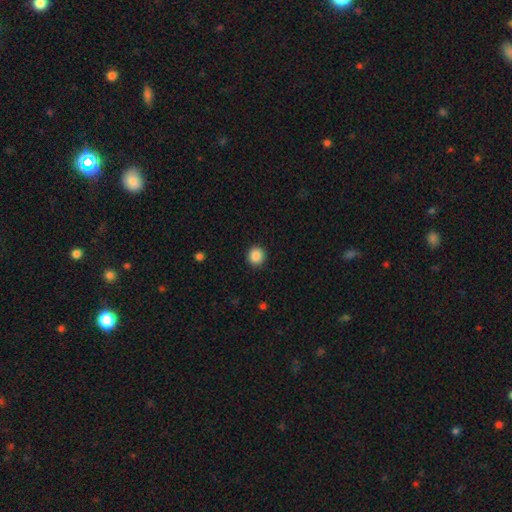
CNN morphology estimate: Smooth or featured? smooth (88%)
How rounded? round (89%)
Merging? none (91%)